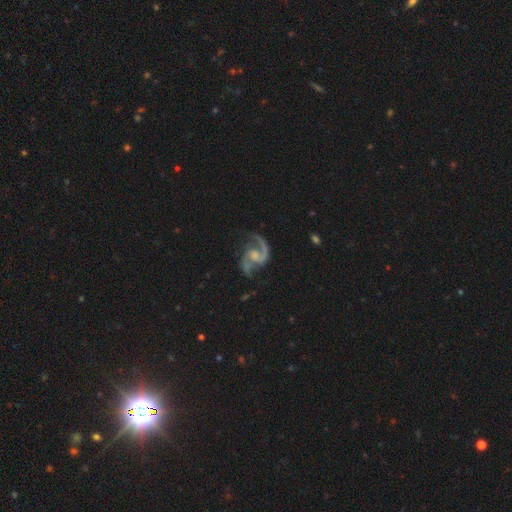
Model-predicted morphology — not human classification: The model was most divided on "bulge size": small: 36%, moderate: 35%, none: 23%, large: 5%, dominant: 1%. Remaining: edge-on disk — no (98%); spiral arms — yes (98%); smooth or featured — featured or disk (93%); spiral arm count — 2 (92%); merging — none (68%); spiral winding — medium (58%); bar — no (47%).